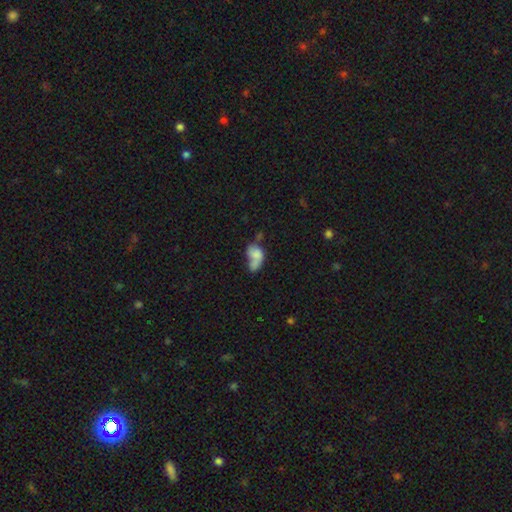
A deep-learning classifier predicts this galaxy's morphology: Overall: smooth (64%; featured or disk 25%). How rounded: in between (81%). Merging: merger (43%; major disturbance 21%).